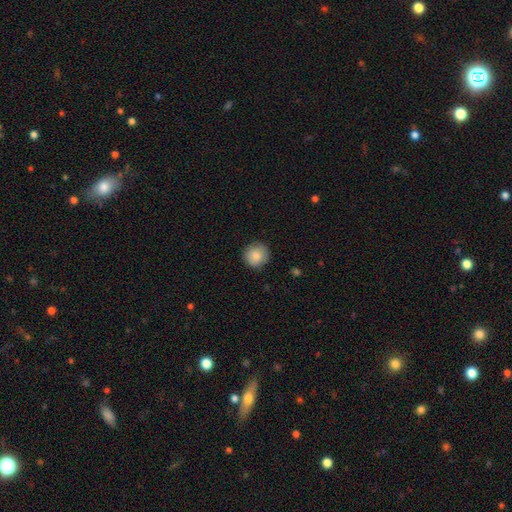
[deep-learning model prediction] Morphology: type=smooth (84%); roundness=round (93%); merging=none (87%).